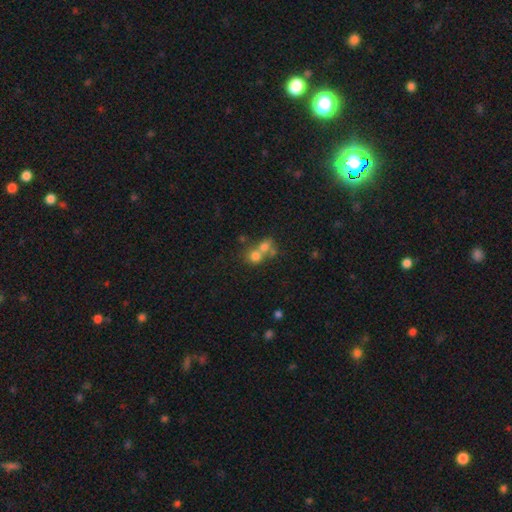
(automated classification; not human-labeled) Smooth or featured?
  - smooth: 70% *
  - featured or disk: 16%
  - star or artifact: 14%
How rounded?
  - round: 79% *
  - in between: 20%
  - cigar-shaped: 1%
Merging?
  - merger: 61% *
  - none: 30%
  - minor disturbance: 6%
  - major disturbance: 3%